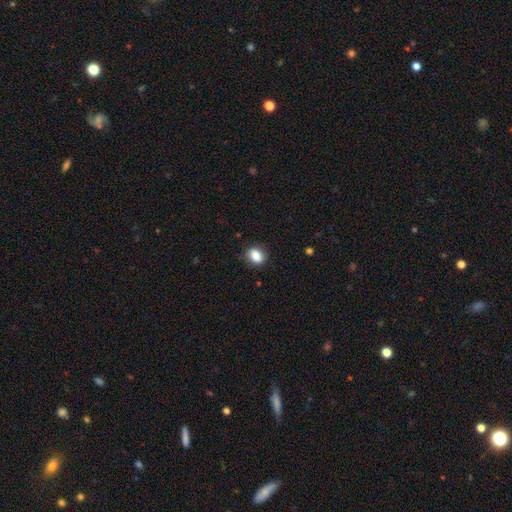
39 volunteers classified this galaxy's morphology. A smooth galaxy with no disk features (85%) that is in between round and cigar-shaped (73%). Merging: none (83%).